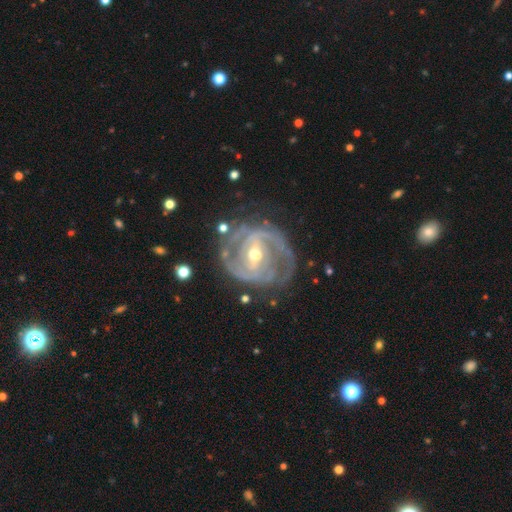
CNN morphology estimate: Smooth or featured?
  - featured or disk: 90% *
  - star or artifact: 5%
  - smooth: 5%
Edge-on disk?
  - no: 97% *
  - yes: 3%
Bar?
  - strong: 46% *
  - weak: 38%
  - no: 15%
Spiral arms?
  - yes: 96% *
  - no: 4%
Spiral winding?
  - tight: 49% *
  - medium: 42%
  - loose: 9%
Spiral arm count?
  - 2: 64% *
  - 3: 15%
  - can't tell: 11%
  - 4: 4%
  - 1: 3%
  - more than 4: 3%
Bulge size?
  - moderate: 58% *
  - small: 38%
  - large: 3%
  - none: 1%
  - dominant: 1%
Merging?
  - none: 71% *
  - minor disturbance: 17%
  - major disturbance: 9%
  - merger: 2%